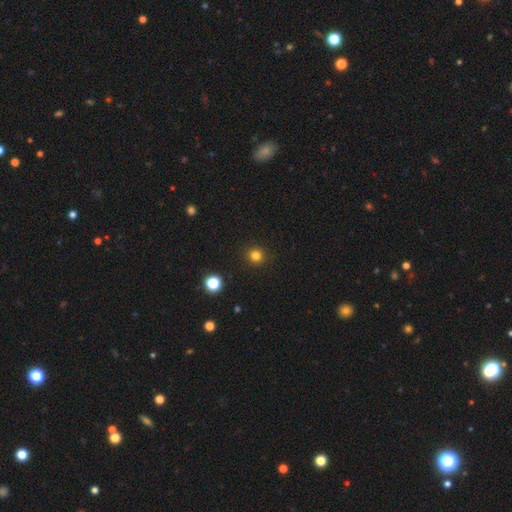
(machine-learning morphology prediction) type=smooth (80%); roundness=round (94%); merging=none (92%).